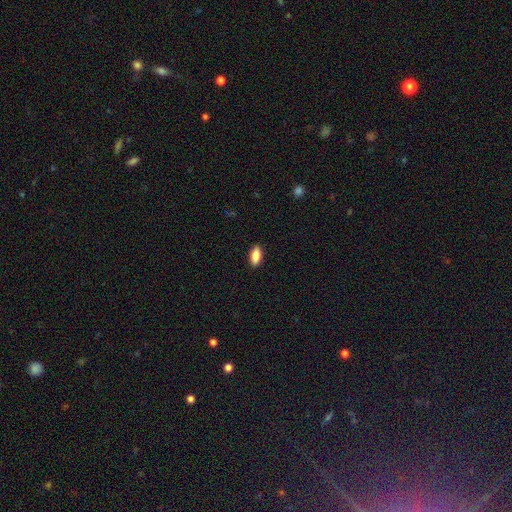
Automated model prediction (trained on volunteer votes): smooth-or-featured: smooth: 88% | star or artifact: 6% | featured or disk: 5%
  how-rounded: in between: 87% | cigar-shaped: 11% | round: 2%
  merging: none: 90% | minor disturbance: 7% | major disturbance: 2% | merger: 1%